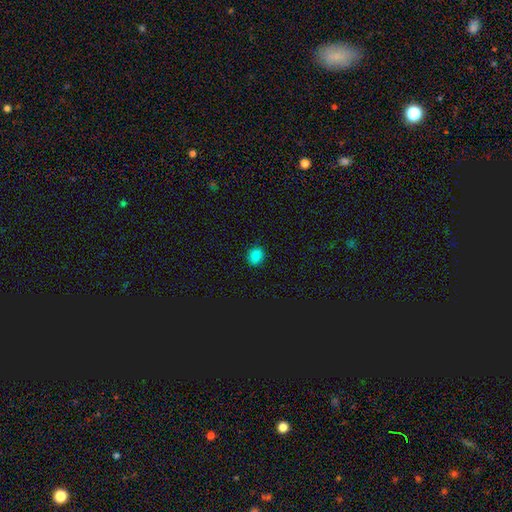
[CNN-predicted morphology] type=smooth (82%); roundness=round (64%); merging=none (86%).